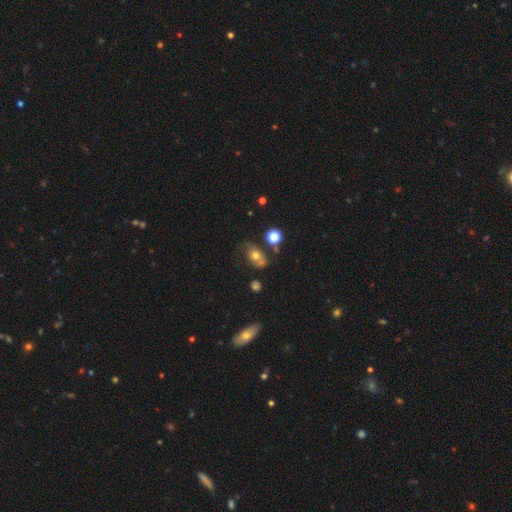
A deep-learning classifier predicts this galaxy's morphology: Overall: smooth (58%; featured or disk 29%). How rounded: in between (63%; round 35%). Merging: none (43%; minor disturbance 27%).